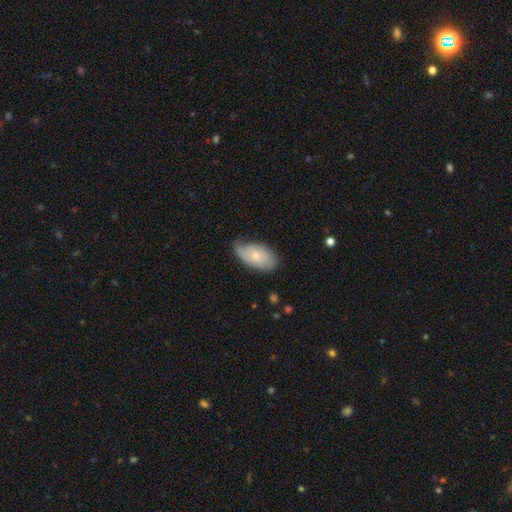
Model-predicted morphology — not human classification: Smooth or featured? Predicted: smooth (p=0.56). How rounded? Predicted: in between (p=0.93). Merging? Predicted: none (p=0.54).